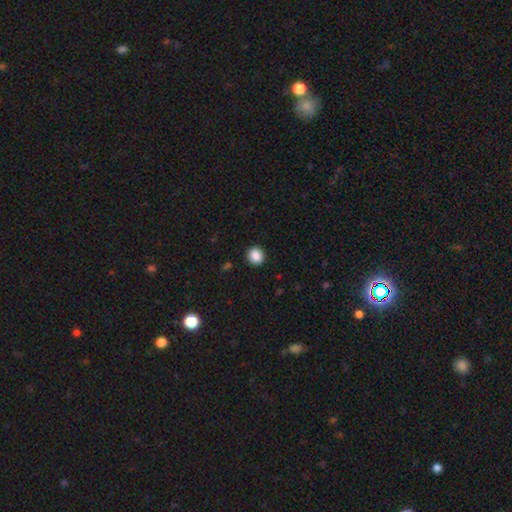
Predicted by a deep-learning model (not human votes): A smooth galaxy with no disk features (88%) that is round (86%). Merging: none (92%).